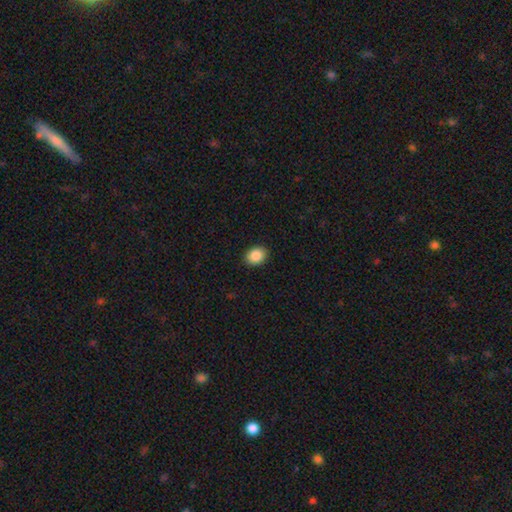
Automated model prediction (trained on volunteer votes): smooth_or_featured: smooth (p=0.88) [alt: star or artifact p=0.08]
how_rounded: in between (p=0.58) [alt: round p=0.41]
merging: none (p=0.91) [alt: minor disturbance p=0.07]